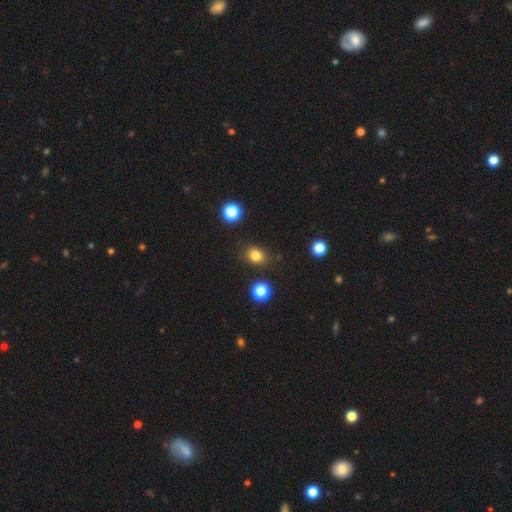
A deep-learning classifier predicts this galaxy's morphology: A smooth galaxy with no disk features (81%) that is round (52%).

Vote fractions:
- Smooth or featured? smooth: 81% / star or artifact: 13% / featured or disk: 6%
- How rounded? round: 52% / in between: 47% / cigar-shaped: 1%
- Merging? none: 81% / minor disturbance: 12% / major disturbance: 3% / merger: 3%